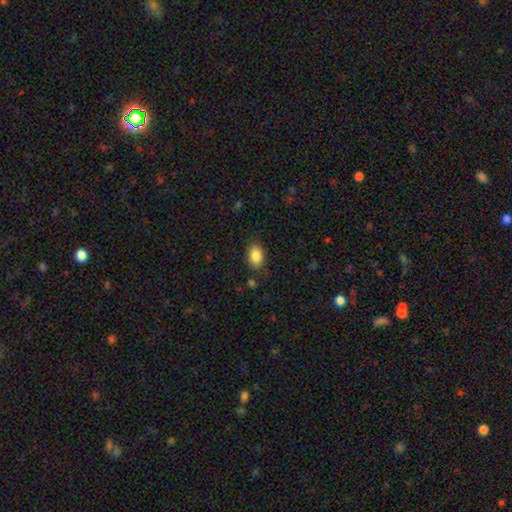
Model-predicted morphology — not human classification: Q: Smooth or featured?
A: smooth (86%); runner-up: star or artifact (8%)
Q: How rounded?
A: in between (82%); runner-up: round (16%)
Q: Merging?
A: none (80%); runner-up: minor disturbance (15%)